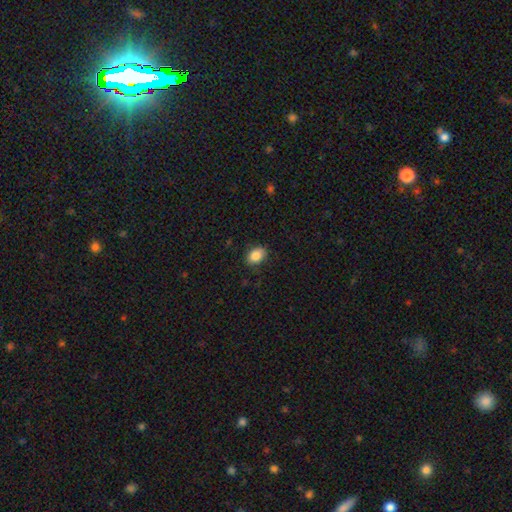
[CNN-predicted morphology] type=smooth (87%); roundness=in between (80%); merging=none (83%).